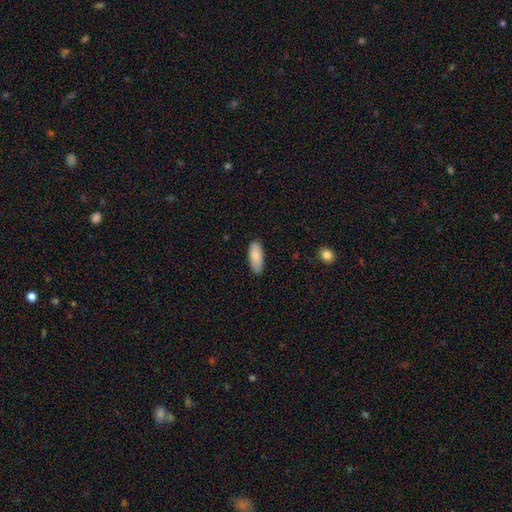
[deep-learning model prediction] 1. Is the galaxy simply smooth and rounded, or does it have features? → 86% smooth, 8% featured or disk, 6% star or artifact.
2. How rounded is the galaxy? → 83% in between, 15% cigar-shaped, 2% round.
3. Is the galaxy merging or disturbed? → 85% none, 12% minor disturbance, 2% major disturbance, 1% merger.